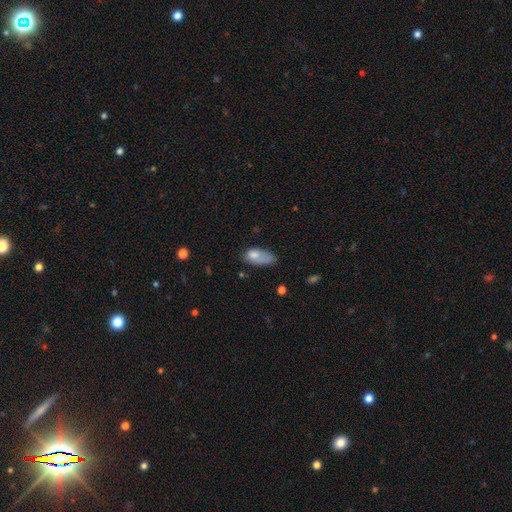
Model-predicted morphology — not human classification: Q: Smooth or featured?
A: smooth (75%); runner-up: featured or disk (16%)
Q: How rounded?
A: in between (88%); runner-up: cigar-shaped (6%)
Q: Merging?
A: minor disturbance (36%); runner-up: none (31%)